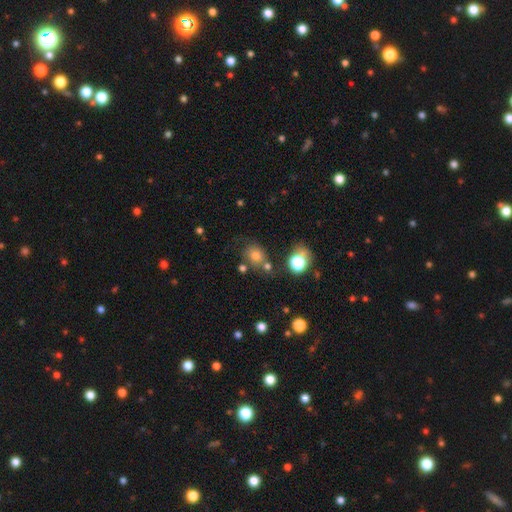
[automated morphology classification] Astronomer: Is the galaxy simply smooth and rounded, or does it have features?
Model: smooth — 69%.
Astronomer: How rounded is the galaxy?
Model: round — 64%.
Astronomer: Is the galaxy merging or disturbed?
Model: none — 62%.